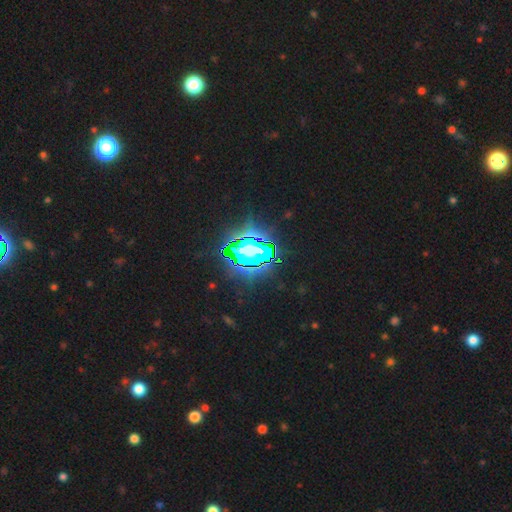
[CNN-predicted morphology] This appears to be a star or artifact, not a galaxy (82%).